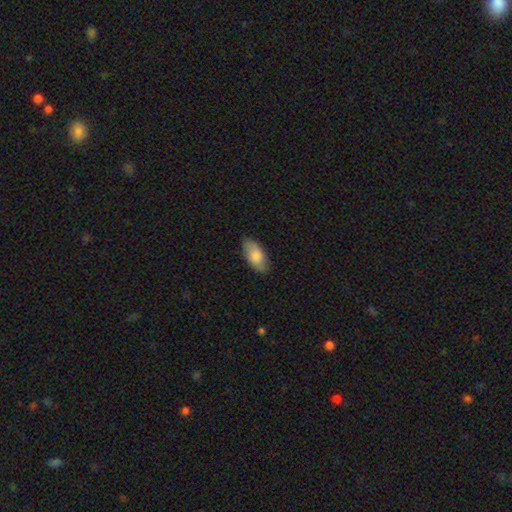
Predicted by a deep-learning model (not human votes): smooth_or_featured: smooth (p=0.79) [alt: featured or disk p=0.15]
how_rounded: in between (p=0.93) [alt: cigar-shaped p=0.05]
merging: none (p=0.83) [alt: minor disturbance p=0.14]